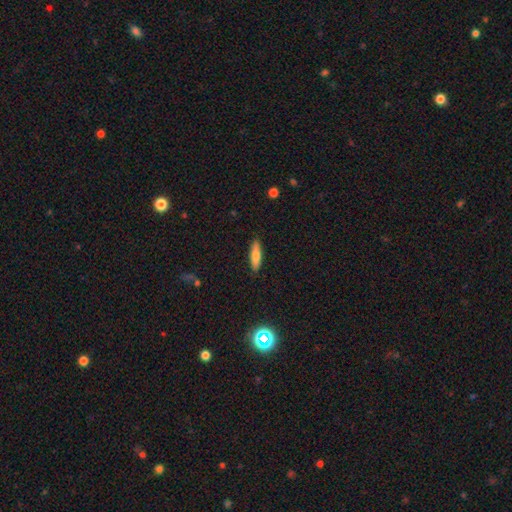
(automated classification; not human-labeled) The model was most divided on "how rounded": cigar-shaped: 66%, in between: 32%, round: 2%. More confident: merging — none (90%); smooth or featured — smooth (71%).